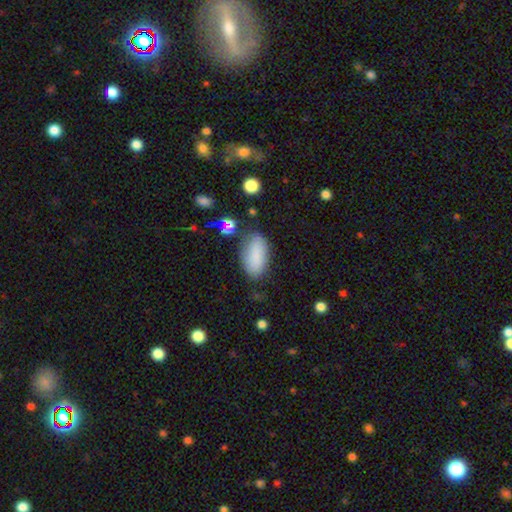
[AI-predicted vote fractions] smooth_or_featured: smooth (p=0.85) [alt: star or artifact p=0.08]
how_rounded: in between (p=0.92) [alt: cigar-shaped p=0.06]
merging: none (p=0.74) [alt: minor disturbance p=0.17]